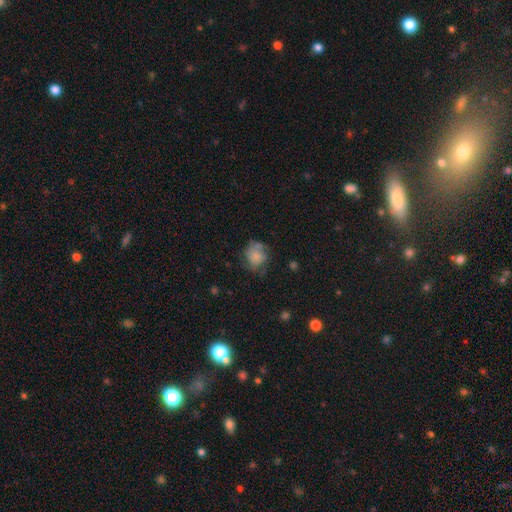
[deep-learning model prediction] The model was most divided on "merging": none: 50%, minor disturbance: 28%, major disturbance: 16%, merger: 6%. More confident: how rounded — round (71%); smooth or featured — smooth (71%).